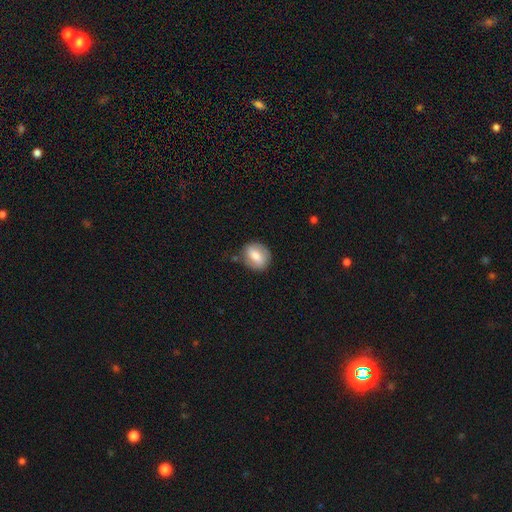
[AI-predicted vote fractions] smooth-or-featured: smooth: 66% | featured or disk: 27% | star or artifact: 7%
  how-rounded: round: 54% | in between: 44% | cigar-shaped: 2%
  merging: none: 77% | minor disturbance: 16% | major disturbance: 4% | merger: 3%